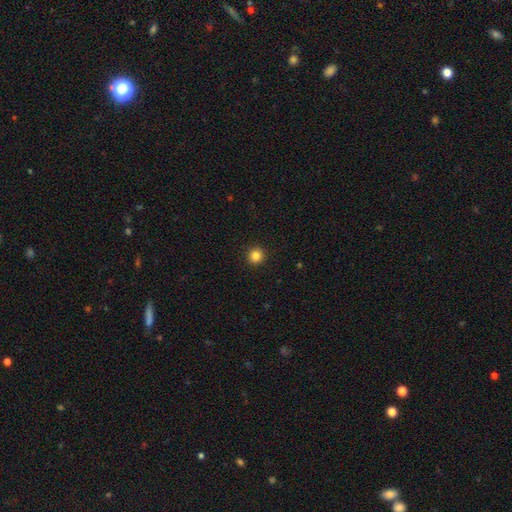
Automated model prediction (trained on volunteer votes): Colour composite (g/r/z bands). It shows a smooth galaxy with no disk features (84%) that is round (96%). Merging: none (93%).